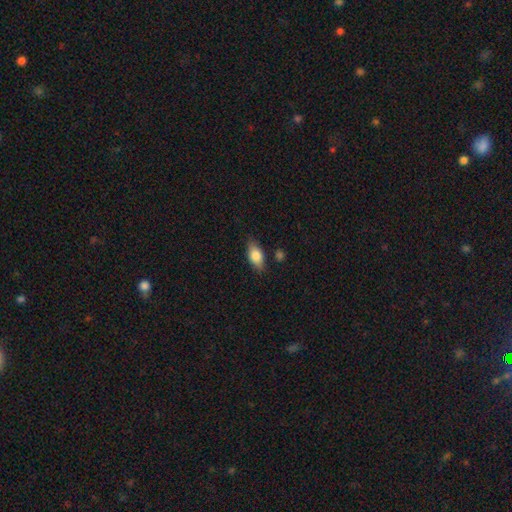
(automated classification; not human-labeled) Smooth or featured? Predicted: smooth (p=0.79). How rounded? Predicted: in between (p=0.87). Merging? Predicted: none (p=0.77).